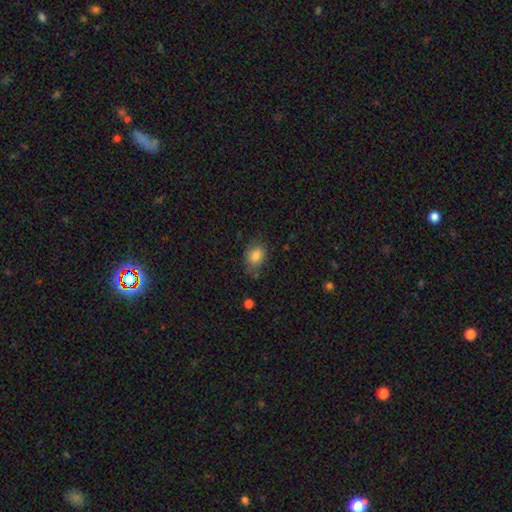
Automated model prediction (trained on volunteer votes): A smooth galaxy with no disk features (85%) that is in between round and cigar-shaped (69%).

Vote fractions:
- Smooth or featured? smooth: 85% / star or artifact: 9% / featured or disk: 7%
- How rounded? in between: 69% / round: 30% / cigar-shaped: 1%
- Merging? none: 71% / minor disturbance: 21% / major disturbance: 5% / merger: 3%